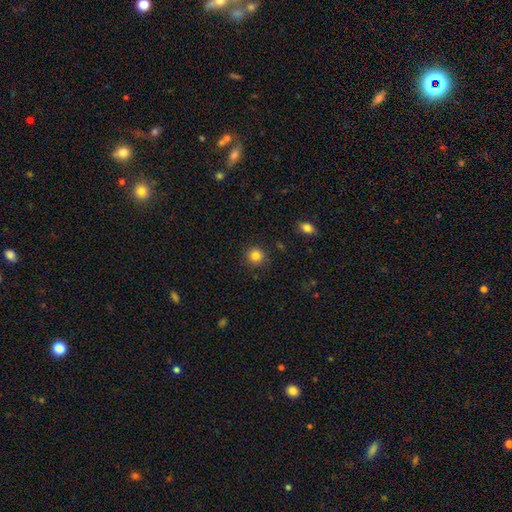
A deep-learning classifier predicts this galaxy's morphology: smooth-or-featured: smooth: 84% | star or artifact: 11% | featured or disk: 5%
  how-rounded: round: 92% | in between: 7% | cigar-shaped: 1%
  merging: none: 89% | minor disturbance: 8% | major disturbance: 2% | merger: 2%